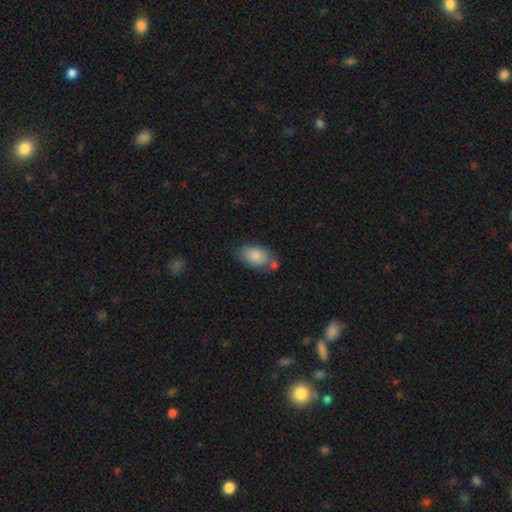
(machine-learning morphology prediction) Smooth or featured: smooth — 86% (featured or disk — 8%)
How rounded: in between — 92% (round — 7%)
Merging: none — 62% (minor disturbance — 20%)